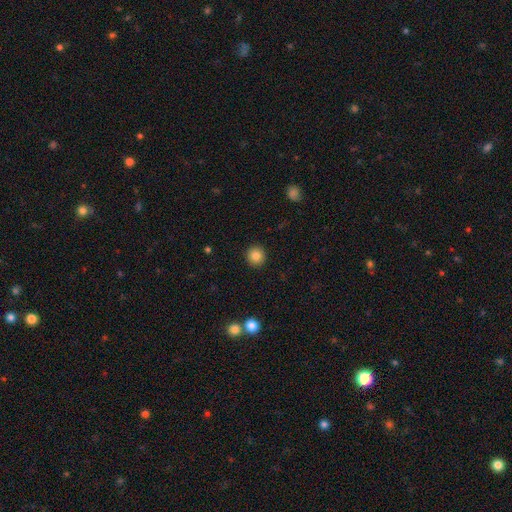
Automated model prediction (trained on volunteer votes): Q: Smooth or featured?
A: smooth (84%); runner-up: star or artifact (10%)
Q: How rounded?
A: round (94%); runner-up: in between (5%)
Q: Merging?
A: none (92%); runner-up: minor disturbance (5%)